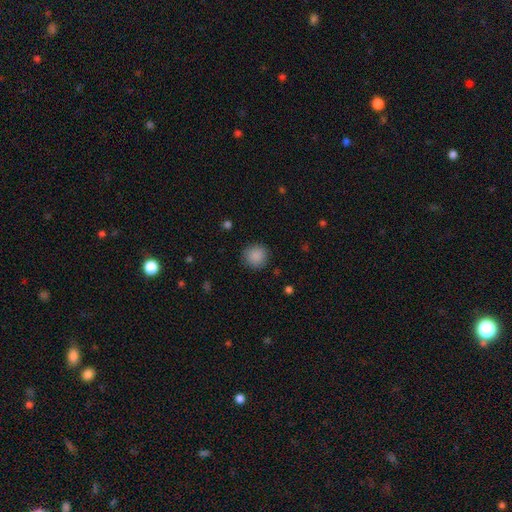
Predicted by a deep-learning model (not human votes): This is clearly a smooth galaxy (88%). How rounded: clearly round (93%). Merging: clearly none (89%).